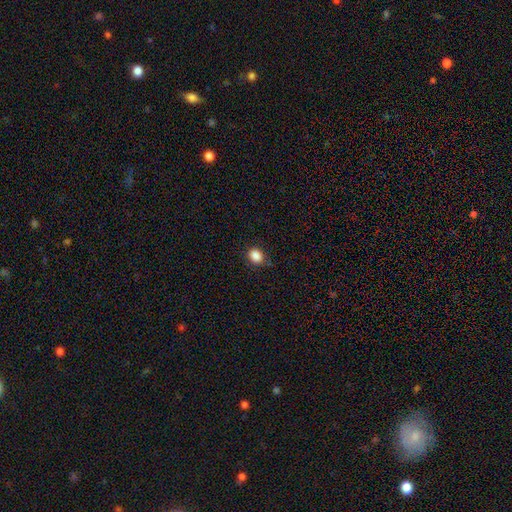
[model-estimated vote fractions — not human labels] smooth_or_featured: smooth (p=0.86) [alt: star or artifact p=0.10]
how_rounded: round (p=0.57) [alt: in between p=0.42]
merging: none (p=0.84) [alt: minor disturbance p=0.12]